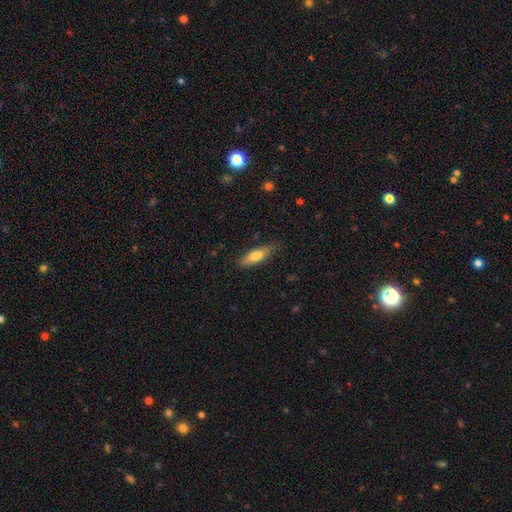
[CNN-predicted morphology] A smooth galaxy with no disk features (71%) that is in between round and cigar-shaped (50%).

Vote fractions:
- Smooth or featured? smooth: 71% / featured or disk: 23% / star or artifact: 6%
- How rounded? in between: 50% / cigar-shaped: 48% / round: 2%
- Merging? none: 81% / minor disturbance: 15% / major disturbance: 3% / merger: 1%